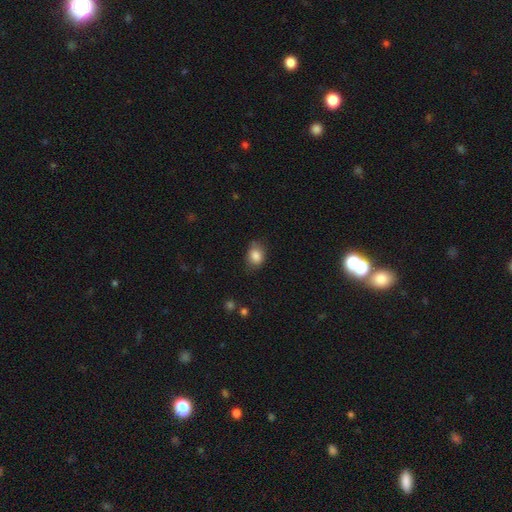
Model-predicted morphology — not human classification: smooth 84%, star or artifact 9%, featured or disk 7%. Down the decision tree: how rounded — in between (62%); merging — none (67%).